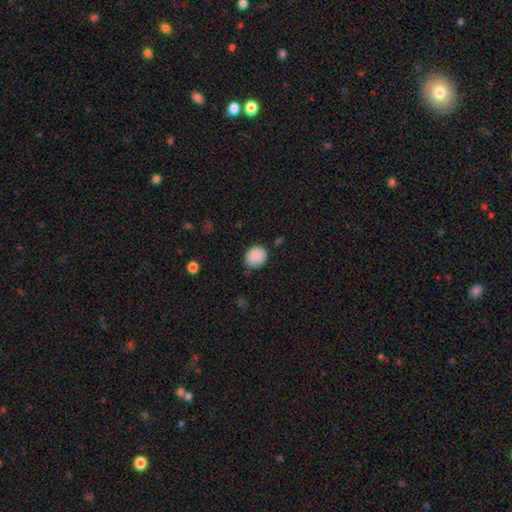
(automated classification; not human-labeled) This is clearly a smooth galaxy (88%). How rounded: likely round (79%). Merging: likely none (72%).